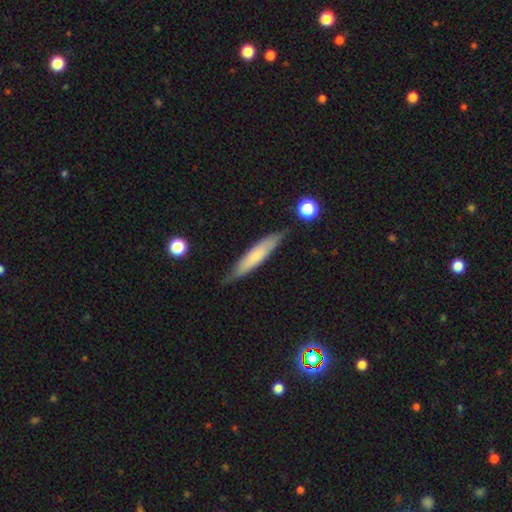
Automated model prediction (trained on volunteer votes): smooth 66%, featured or disk 28%, star or artifact 6%. Down the decision tree: how rounded — cigar-shaped (85%); merging — none (78%).